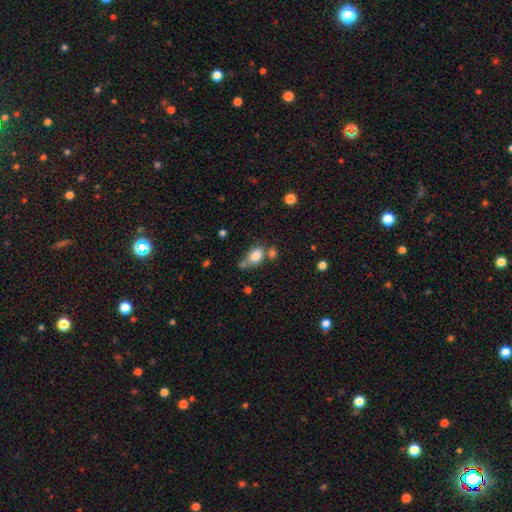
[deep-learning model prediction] Smooth or featured: smooth — 81% (star or artifact — 10%)
How rounded: in between — 76% (round — 22%)
Merging: none — 46% (merger — 30%)